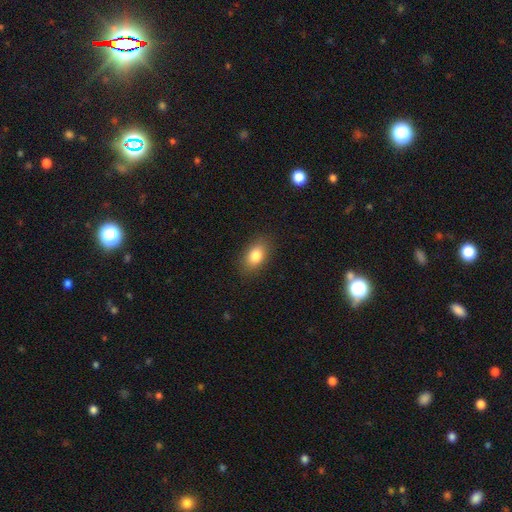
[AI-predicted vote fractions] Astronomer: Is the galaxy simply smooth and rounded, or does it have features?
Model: smooth — 82%.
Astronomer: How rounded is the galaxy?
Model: in between — 85%.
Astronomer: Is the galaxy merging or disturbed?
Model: none — 87%.